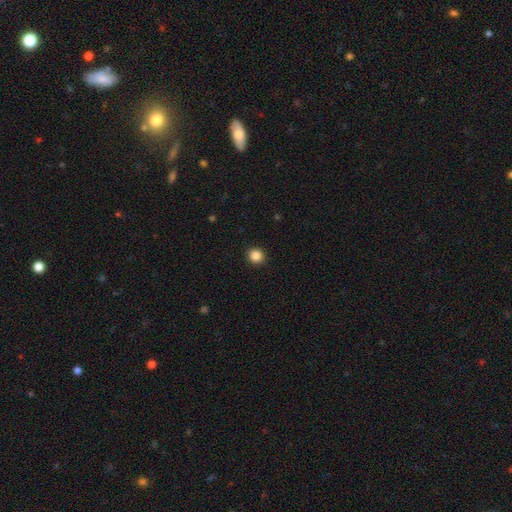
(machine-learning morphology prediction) The model was most divided on "smooth or featured": smooth: 86%, star or artifact: 11%, featured or disk: 3%. More confident: merging — none (92%); how rounded — round (91%).